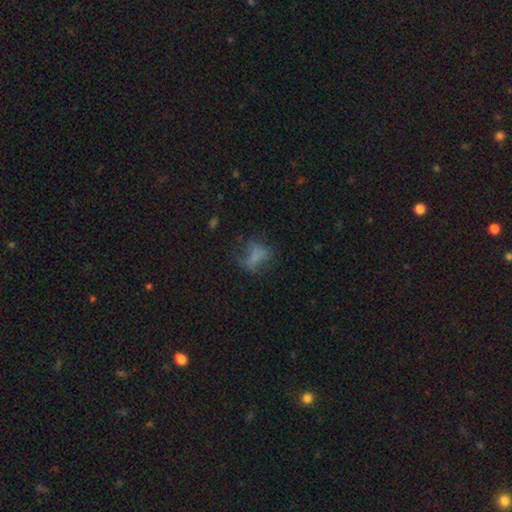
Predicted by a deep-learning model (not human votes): Smooth or featured: smooth — 55% (featured or disk — 27%)
How rounded: in between — 70% (round — 26%)
Merging: none — 38% (major disturbance — 36%)